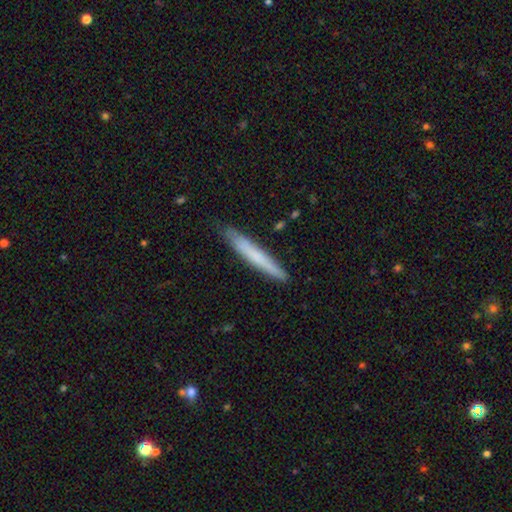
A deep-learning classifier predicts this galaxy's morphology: smooth 65%, featured or disk 29%, star or artifact 6%. Down the decision tree: how rounded — cigar-shaped (96%); merging — none (87%).